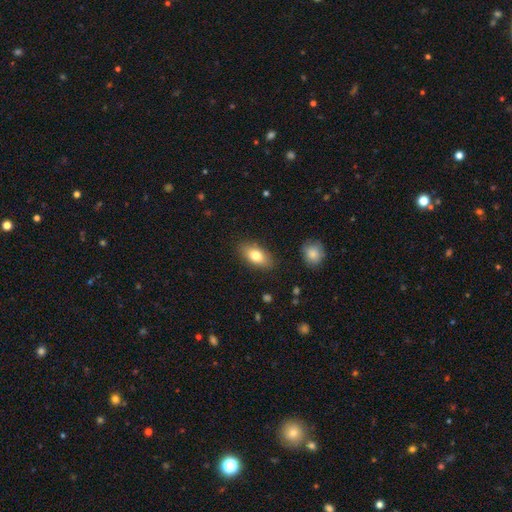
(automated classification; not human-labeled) smooth 79%, featured or disk 14%, star or artifact 7%. Down the decision tree: how rounded — in between (88%); merging — none (85%).